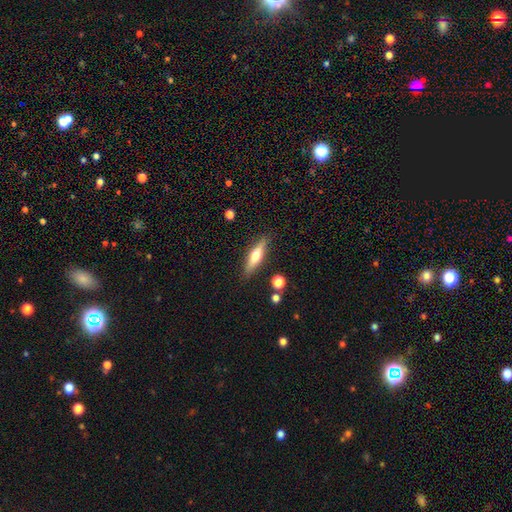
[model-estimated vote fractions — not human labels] Morphology: type=featured or disk (51%); edge-on=yes (92%); merging=none (87%).